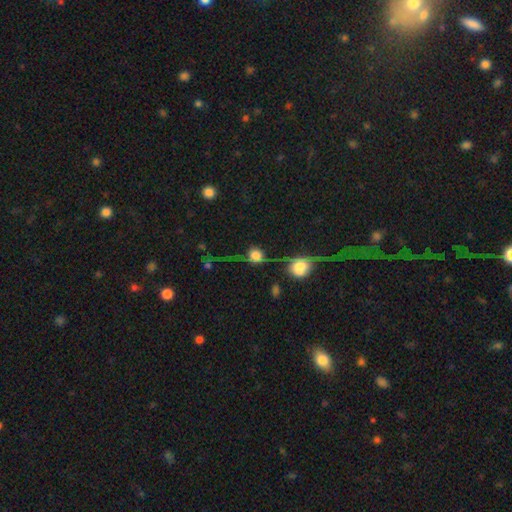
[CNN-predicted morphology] Smooth or featured? Predicted: smooth (p=0.57). How rounded? Predicted: round (p=0.81). Merging? Predicted: none (p=0.44).